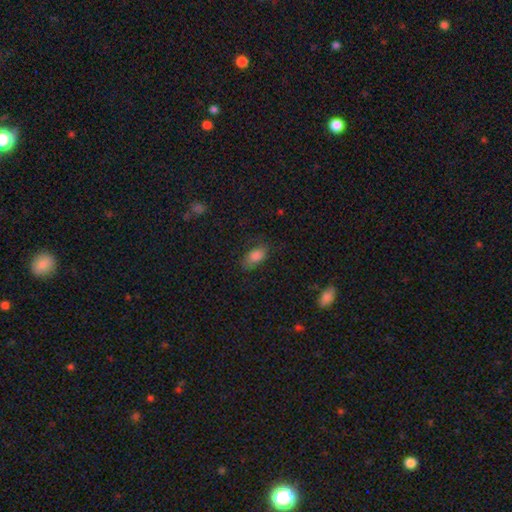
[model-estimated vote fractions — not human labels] Smooth or featured?
  - smooth: 83% *
  - star or artifact: 9%
  - featured or disk: 8%
How rounded?
  - in between: 89% *
  - round: 6%
  - cigar-shaped: 5%
Merging?
  - none: 71% *
  - minor disturbance: 21%
  - major disturbance: 7%
  - merger: 1%